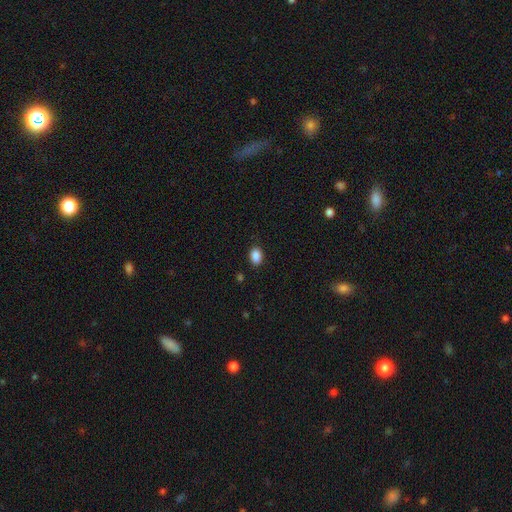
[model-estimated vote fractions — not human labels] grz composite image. It shows a smooth galaxy with no disk features (88%) that is in between round and cigar-shaped (74%). Merging: none (86%).